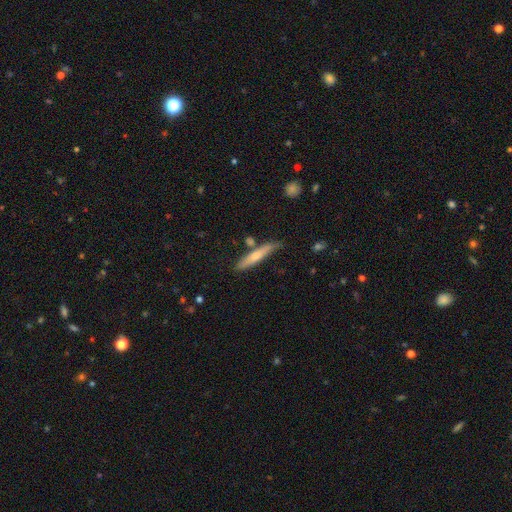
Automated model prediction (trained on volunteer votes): This appears to be a smooth galaxy with no disk features (57%) that is cigar-shaped (90%). Merging: none (73%).